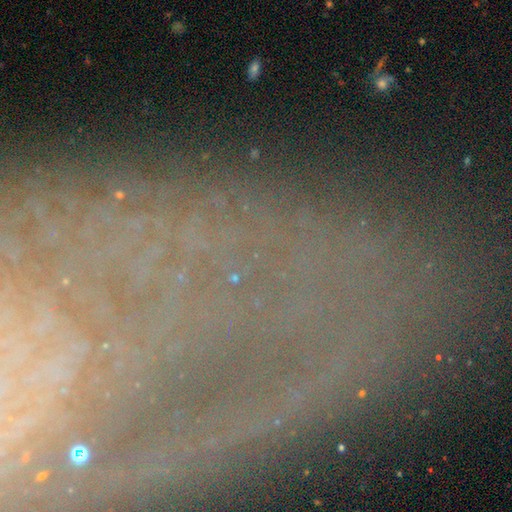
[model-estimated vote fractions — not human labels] A star or artifact, not a galaxy (59%).

Vote fractions:
- Smooth or featured? star or artifact: 59% / featured or disk: 27% / smooth: 14%